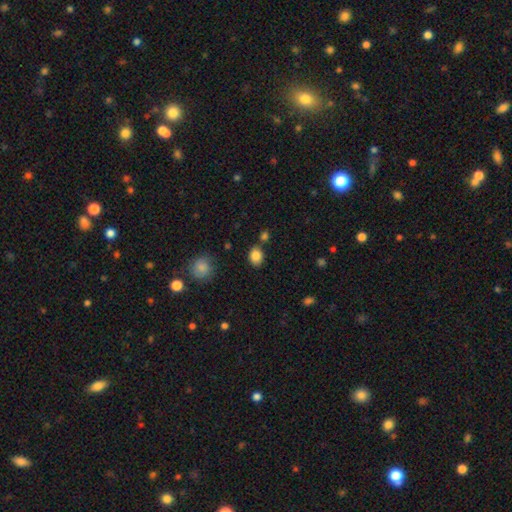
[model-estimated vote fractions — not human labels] Morphology: type=smooth (85%); roundness=in between (60%); merging=none (78%).